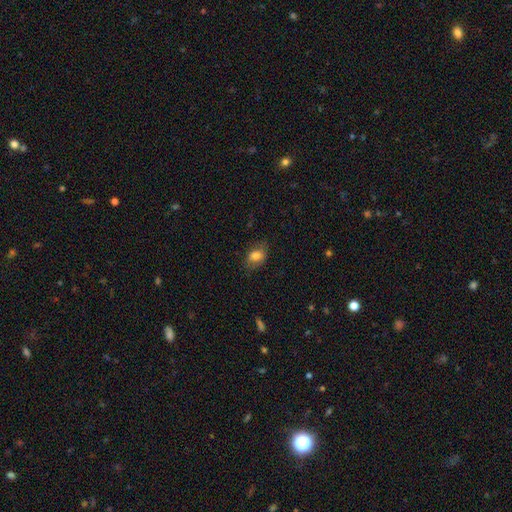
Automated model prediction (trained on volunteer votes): Smooth or featured?
  - smooth: 79% *
  - featured or disk: 12%
  - star or artifact: 9%
How rounded?
  - in between: 78% *
  - round: 20%
  - cigar-shaped: 1%
Merging?
  - none: 72% *
  - minor disturbance: 20%
  - major disturbance: 7%
  - merger: 1%